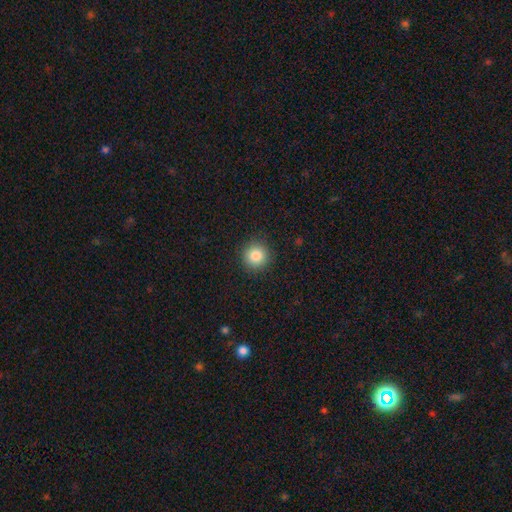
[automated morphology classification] The model was most divided on "smooth or featured": smooth: 84%, star or artifact: 10%, featured or disk: 5%. More confident: how rounded — round (95%); merging — none (91%).